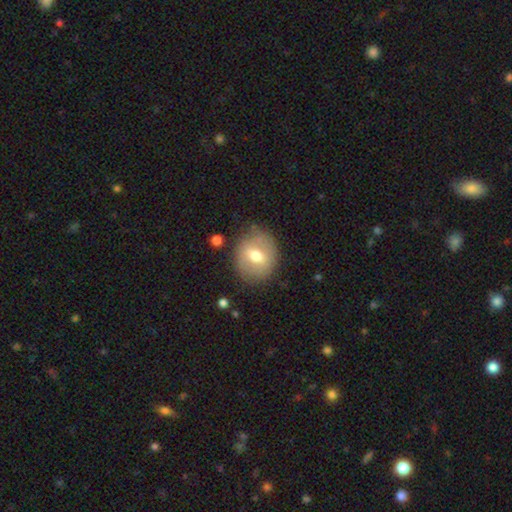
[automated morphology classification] smooth-or-featured: smooth: 57% | featured or disk: 35% | star or artifact: 8%
  how-rounded: round: 72% | in between: 27% | cigar-shaped: 1%
  merging: none: 78% | minor disturbance: 15% | major disturbance: 4% | merger: 2%